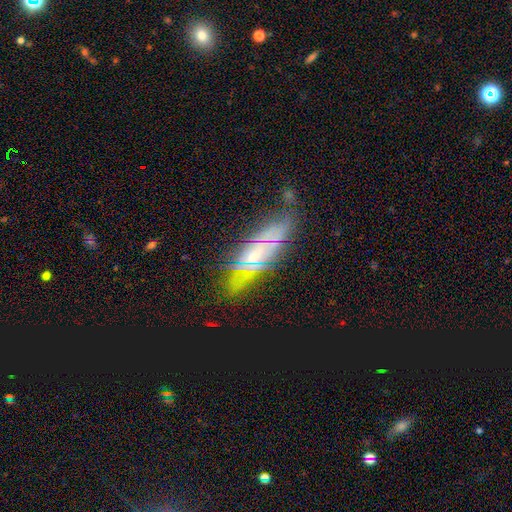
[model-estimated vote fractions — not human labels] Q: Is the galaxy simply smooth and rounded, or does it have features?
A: featured or disk — 55%.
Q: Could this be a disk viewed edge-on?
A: yes — 61%.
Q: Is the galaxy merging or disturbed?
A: none — 75%.